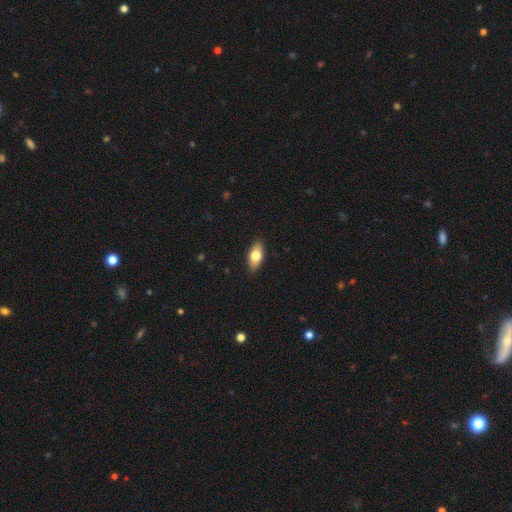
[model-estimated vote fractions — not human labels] Smooth or featured: smooth — 72% (featured or disk — 22%)
How rounded: in between — 86% (cigar-shaped — 9%)
Merging: none — 88% (minor disturbance — 9%)